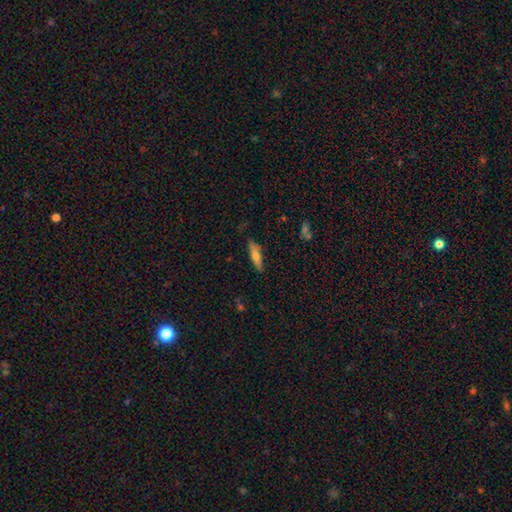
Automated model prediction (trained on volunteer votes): This is likely a smooth galaxy (67%). How rounded: likely cigar-shaped (68%). Merging: clearly none (82%).